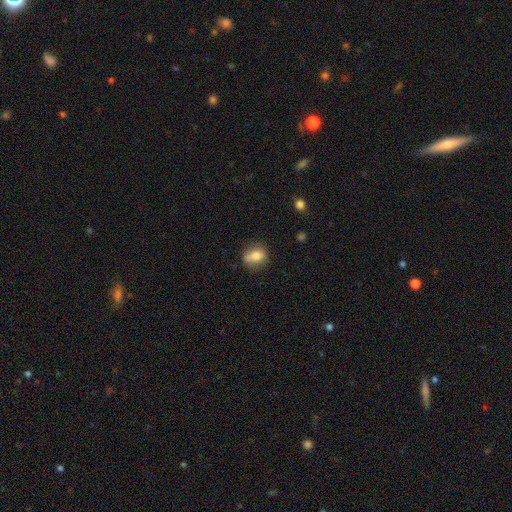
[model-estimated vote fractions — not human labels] smooth-or-featured: smooth: 74% | featured or disk: 17% | star or artifact: 9%
  how-rounded: round: 58% | in between: 40% | cigar-shaped: 2%
  merging: none: 64% | minor disturbance: 22% | merger: 8% | major disturbance: 6%